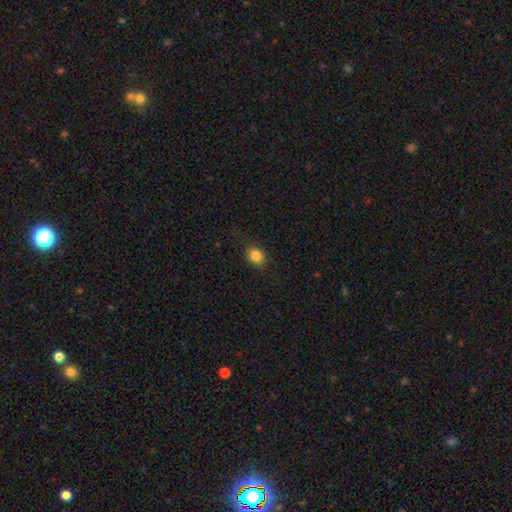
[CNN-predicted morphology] This appears to be a smooth galaxy with no disk features (85%) that is round (52%). Merging: none (81%).